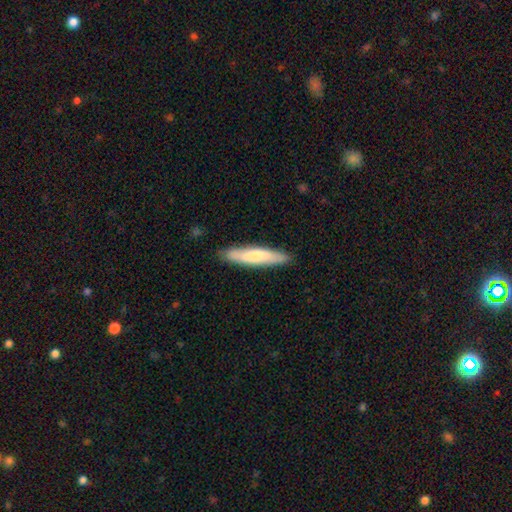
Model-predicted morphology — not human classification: A smooth galaxy with no disk features (70%) that is cigar-shaped (85%). Merging: none (87%).